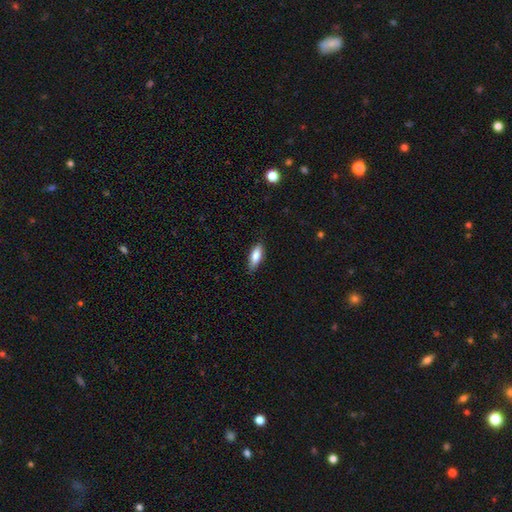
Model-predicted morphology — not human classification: Smooth or featured? Predicted: smooth (p=0.82). How rounded? Predicted: in between (p=0.73). Merging? Predicted: none (p=0.80).